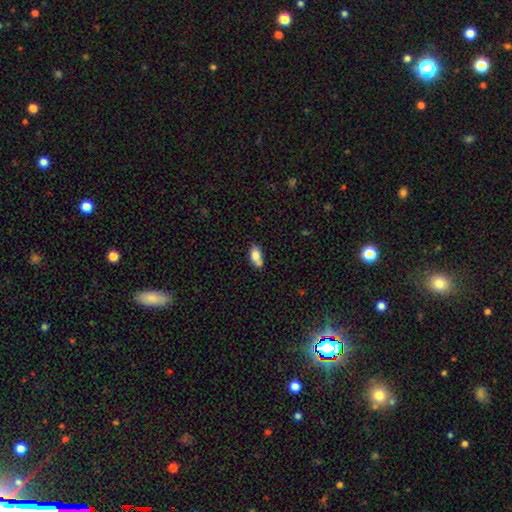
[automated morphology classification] smooth-or-featured: smooth: 79% | featured or disk: 13% | star or artifact: 8%
  how-rounded: in between: 88% | cigar-shaped: 7% | round: 5%
  merging: none: 50% | merger: 25% | minor disturbance: 19% | major disturbance: 5%